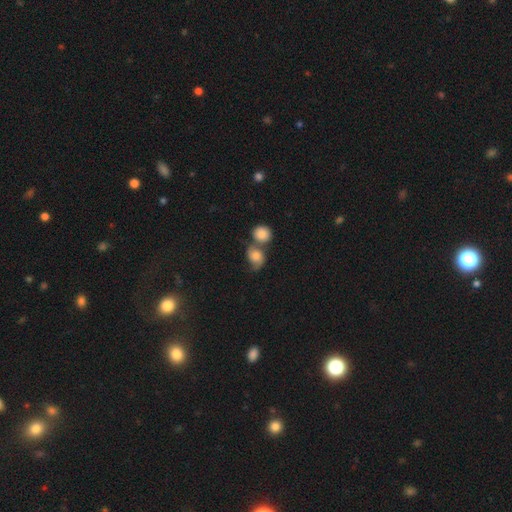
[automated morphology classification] Smooth or featured: smooth — 62% (featured or disk — 28%)
How rounded: round — 60% (in between — 38%)
Merging: merger — 48% (none — 30%)